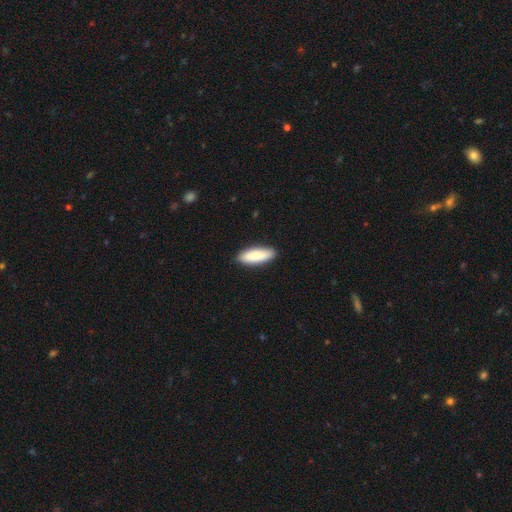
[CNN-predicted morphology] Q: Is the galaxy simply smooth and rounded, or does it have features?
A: smooth — 87%.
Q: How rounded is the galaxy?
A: in between — 57%.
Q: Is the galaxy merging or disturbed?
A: none — 89%.